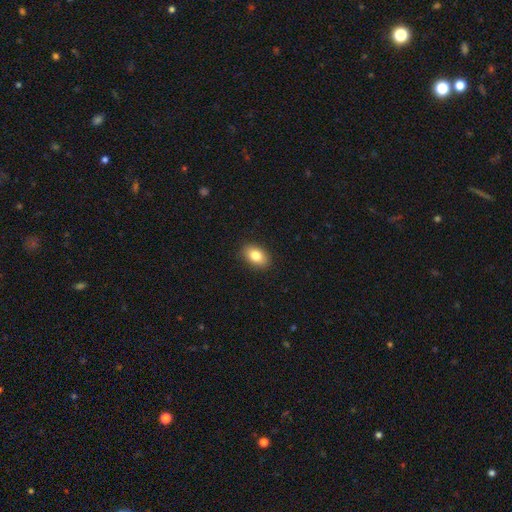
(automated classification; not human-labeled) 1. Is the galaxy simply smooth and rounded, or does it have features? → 83% smooth, 9% featured or disk, 8% star or artifact.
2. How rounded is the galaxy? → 84% in between, 15% round, 1% cigar-shaped.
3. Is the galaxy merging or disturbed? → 89% none, 8% minor disturbance, 2% major disturbance, 1% merger.